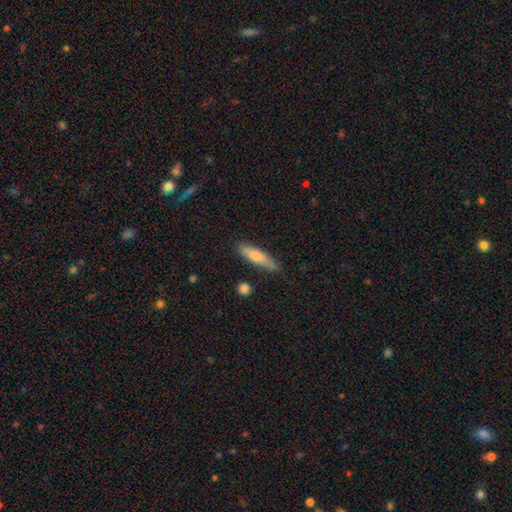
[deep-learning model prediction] smooth-or-featured: smooth: 71% | featured or disk: 23% | star or artifact: 6%
  how-rounded: cigar-shaped: 75% | in between: 23% | round: 2%
  merging: none: 78% | minor disturbance: 17% | major disturbance: 3% | merger: 2%